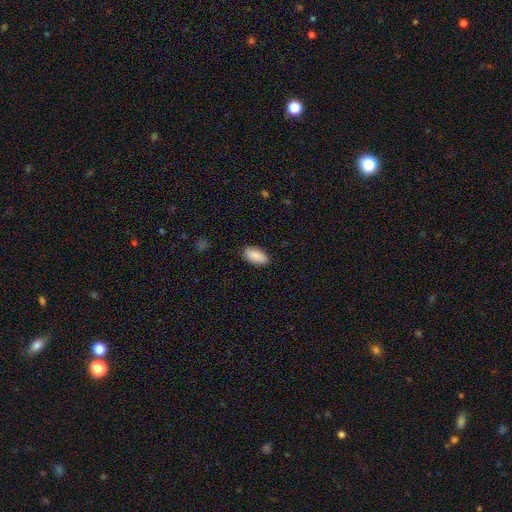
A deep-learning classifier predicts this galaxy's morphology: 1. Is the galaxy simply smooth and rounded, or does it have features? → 88% smooth, 6% star or artifact, 6% featured or disk.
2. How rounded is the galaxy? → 92% in between, 6% cigar-shaped, 2% round.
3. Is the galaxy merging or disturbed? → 87% none, 10% minor disturbance, 2% major disturbance, 1% merger.